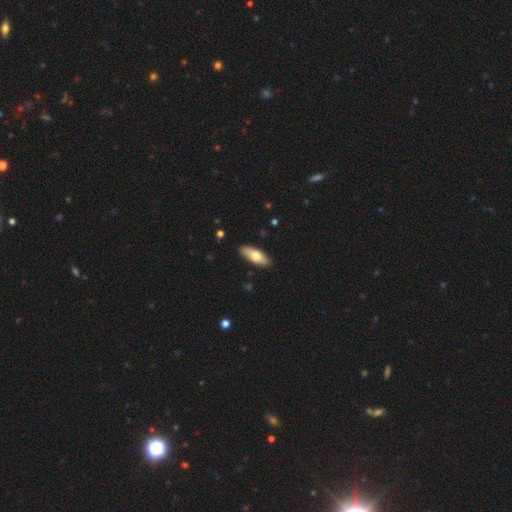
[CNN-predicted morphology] This appears to be a smooth galaxy with no disk features (69%) that is in between round and cigar-shaped (69%). Merging: none (89%).